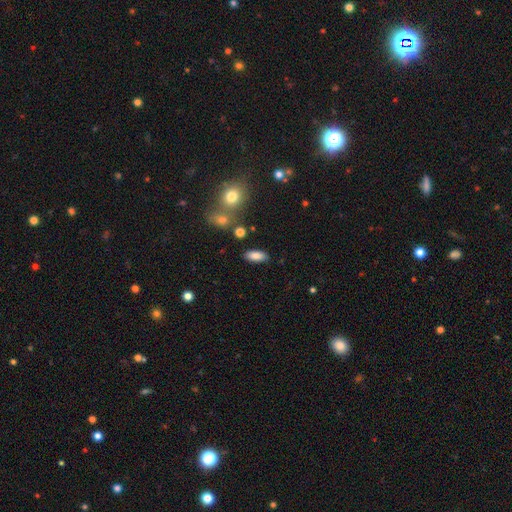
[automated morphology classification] The model was most divided on "how rounded": in between: 81%, cigar-shaped: 16%, round: 3%. More confident: smooth or featured — smooth (84%); merging — none (84%).